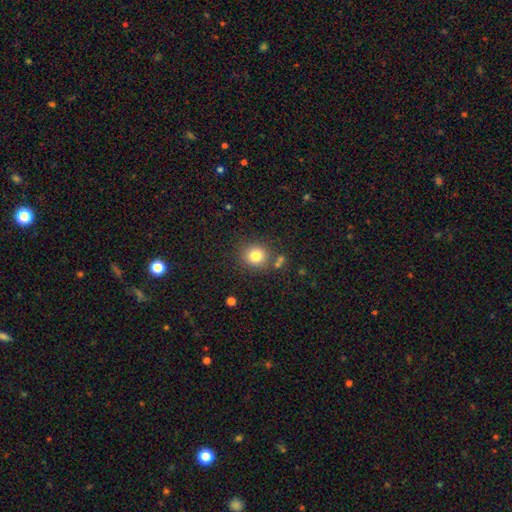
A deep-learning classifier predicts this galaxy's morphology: Smooth or featured: smooth — 80% (star or artifact — 12%)
How rounded: round — 87% (in between — 13%)
Merging: none — 80% (minor disturbance — 10%)